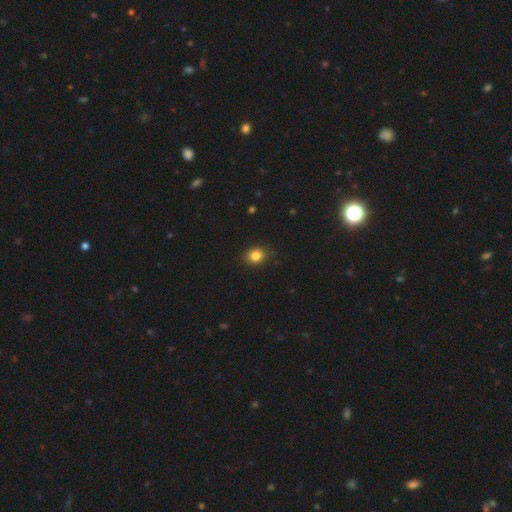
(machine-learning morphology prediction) Smooth or featured: smooth — 84% (star or artifact — 11%)
How rounded: round — 61% (in between — 39%)
Merging: none — 88% (minor disturbance — 9%)